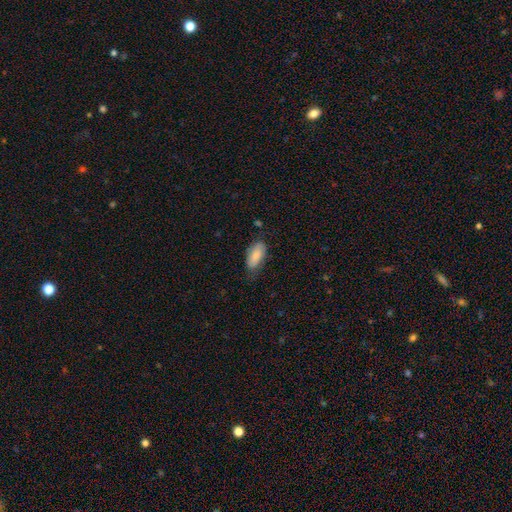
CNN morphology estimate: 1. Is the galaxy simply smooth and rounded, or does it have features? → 78% smooth, 16% featured or disk, 6% star or artifact.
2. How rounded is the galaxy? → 91% in between, 7% cigar-shaped, 2% round.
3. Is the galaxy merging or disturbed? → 63% none, 28% minor disturbance, 7% major disturbance, 2% merger.